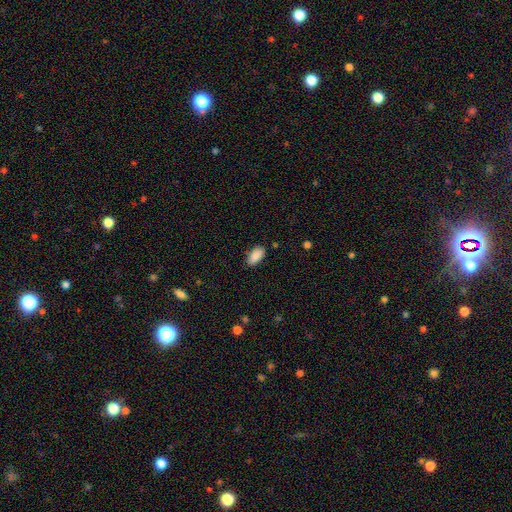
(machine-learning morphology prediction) Overall: smooth (90%). How rounded: in between (92%). Merging: none (84%).